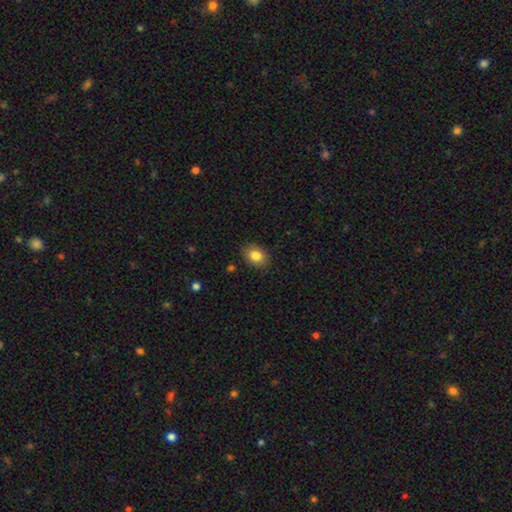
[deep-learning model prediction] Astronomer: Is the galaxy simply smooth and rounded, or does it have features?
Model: smooth — 84%.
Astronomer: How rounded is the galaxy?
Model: in between — 69%.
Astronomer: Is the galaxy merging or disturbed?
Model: none — 86%.